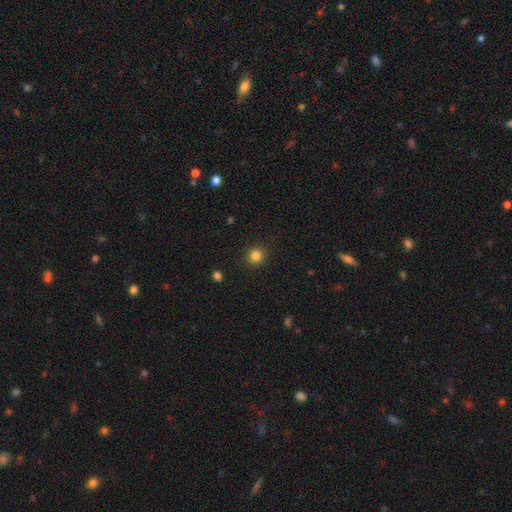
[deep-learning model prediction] Q: Smooth or featured?
A: smooth (83%); runner-up: star or artifact (12%)
Q: How rounded?
A: round (88%); runner-up: in between (11%)
Q: Merging?
A: none (91%); runner-up: minor disturbance (6%)